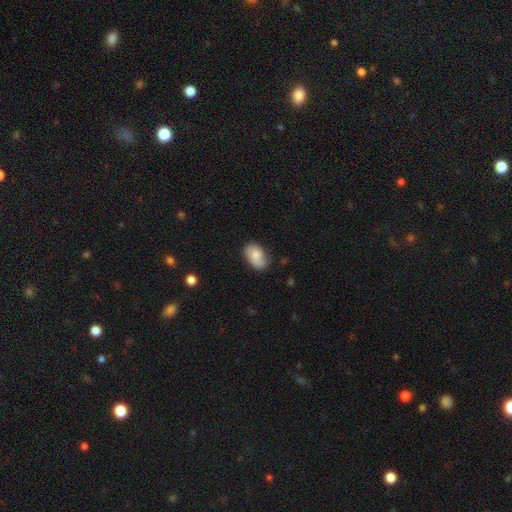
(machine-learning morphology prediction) Q: Smooth or featured?
A: smooth (71%); runner-up: featured or disk (22%)
Q: How rounded?
A: in between (88%); runner-up: round (11%)
Q: Merging?
A: none (60%); runner-up: minor disturbance (29%)